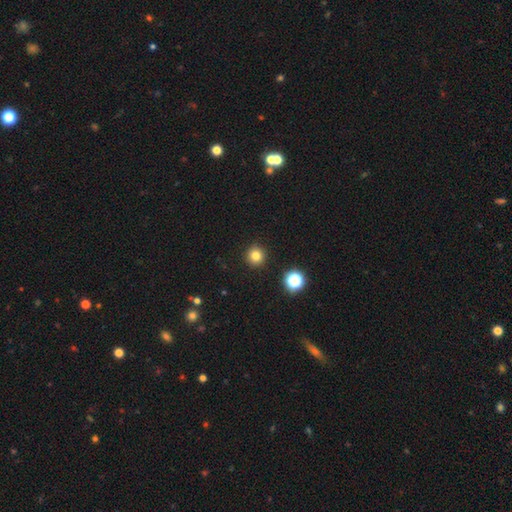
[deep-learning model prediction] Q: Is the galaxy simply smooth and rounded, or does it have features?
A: smooth — 79%.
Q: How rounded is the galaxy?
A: round — 94%.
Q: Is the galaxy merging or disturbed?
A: none — 92%.